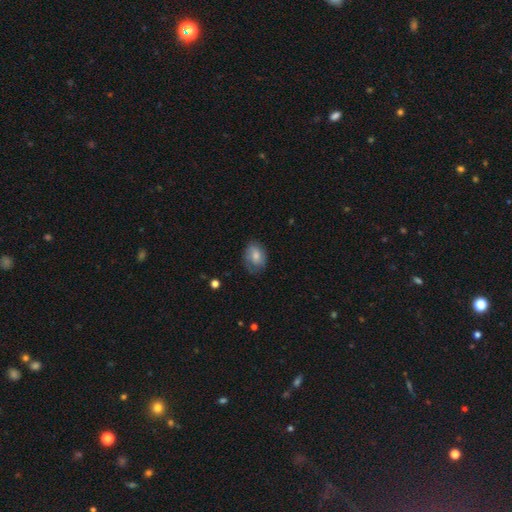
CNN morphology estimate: smooth-or-featured: smooth: 67% | featured or disk: 25% | star or artifact: 8%
  how-rounded: in between: 73% | round: 26% | cigar-shaped: 1%
  merging: none: 65% | minor disturbance: 25% | major disturbance: 8% | merger: 1%